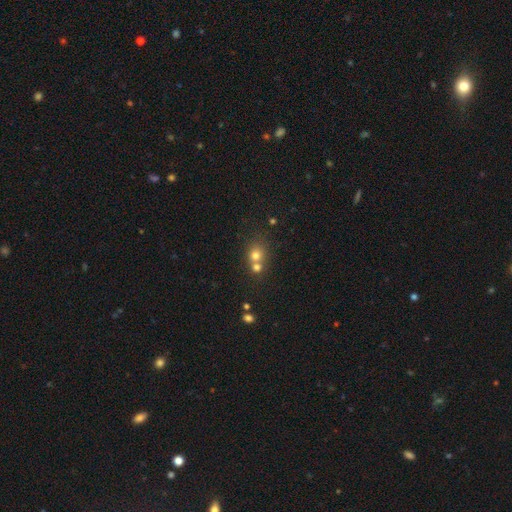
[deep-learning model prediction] Smooth or featured? smooth (73%)
How rounded? round (79%)
Merging? merger (52%)